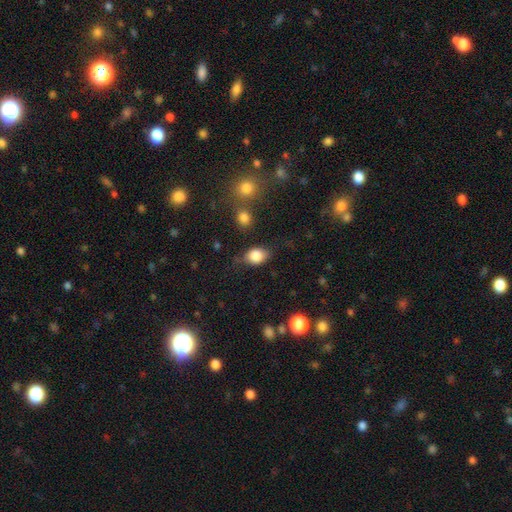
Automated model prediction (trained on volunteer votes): Smooth or featured?
  - smooth: 83% *
  - featured or disk: 9%
  - star or artifact: 8%
How rounded?
  - in between: 70% *
  - round: 28%
  - cigar-shaped: 2%
Merging?
  - none: 70% *
  - minor disturbance: 21%
  - major disturbance: 6%
  - merger: 4%